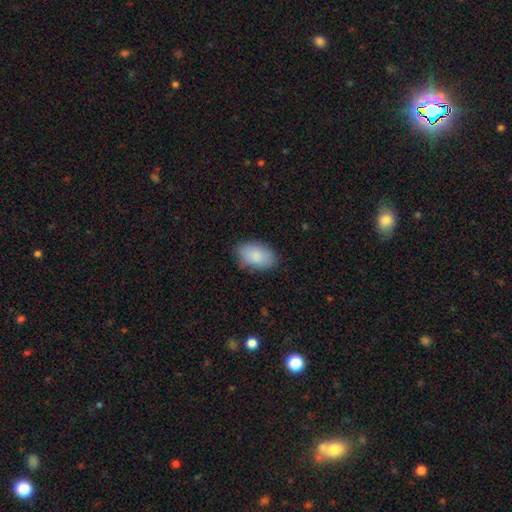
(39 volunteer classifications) Smooth or featured? smooth (87%)
How rounded? in between (100%)
Merging? none (78%)